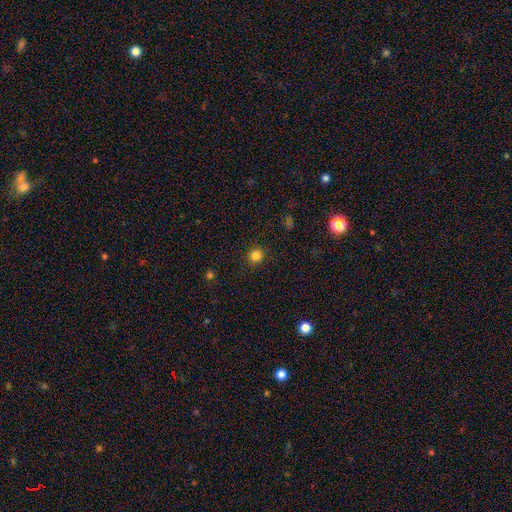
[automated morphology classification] This appears to be a smooth galaxy with no disk features (83%) that is round (92%). Merging: none (91%).